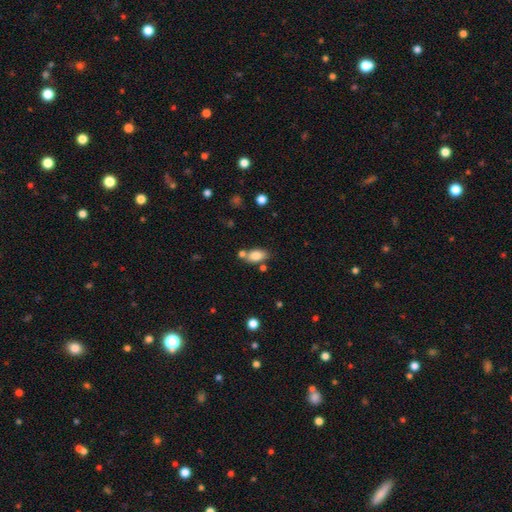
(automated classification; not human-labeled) A smooth galaxy with no disk features (83%) that is in between round and cigar-shaped (89%).

Vote fractions:
- Smooth or featured? smooth: 83% / featured or disk: 9% / star or artifact: 8%
- How rounded? in between: 89% / round: 6% / cigar-shaped: 5%
- Merging? none: 65% / merger: 18% / minor disturbance: 13% / major disturbance: 4%